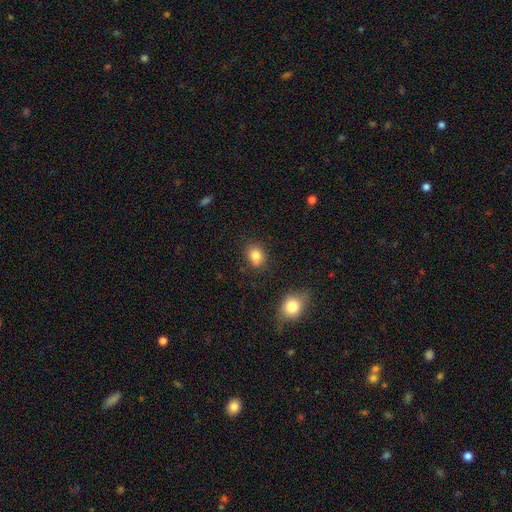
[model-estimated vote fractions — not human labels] smooth_or_featured: smooth (p=0.82) [alt: star or artifact p=0.11]
how_rounded: in between (p=0.50) [alt: round p=0.49]
merging: none (p=0.77) [alt: minor disturbance p=0.15]